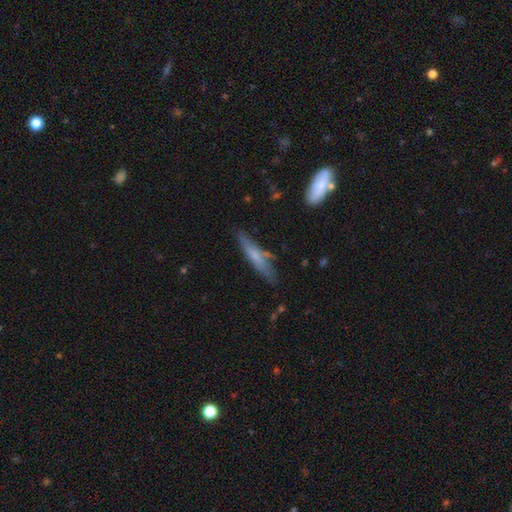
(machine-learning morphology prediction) Smooth or featured? Predicted: smooth (p=0.56). How rounded? Predicted: cigar-shaped (p=0.86). Merging? Predicted: none (p=0.76).